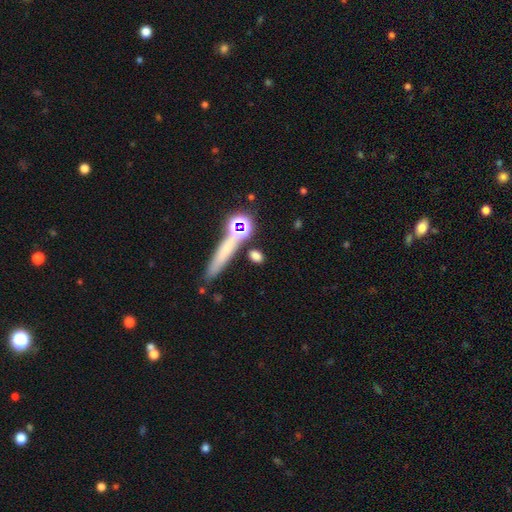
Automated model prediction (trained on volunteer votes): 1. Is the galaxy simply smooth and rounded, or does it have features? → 71% smooth, 18% star or artifact, 11% featured or disk.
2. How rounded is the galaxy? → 39% in between, 37% cigar-shaped, 24% round.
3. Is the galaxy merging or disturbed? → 78% none, 10% minor disturbance, 9% merger, 4% major disturbance.